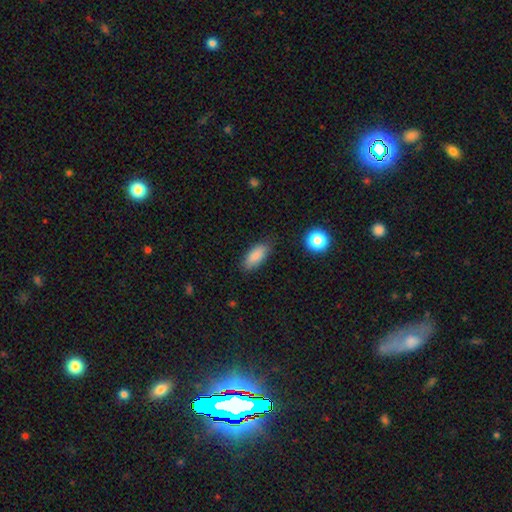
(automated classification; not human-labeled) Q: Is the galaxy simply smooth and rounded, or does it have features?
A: smooth — 87%.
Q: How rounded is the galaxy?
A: in between — 83%.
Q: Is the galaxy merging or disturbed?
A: none — 81%.